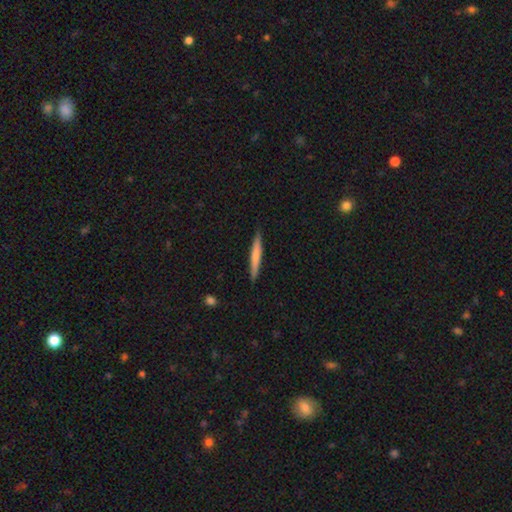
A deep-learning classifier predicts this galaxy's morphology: A smooth galaxy with no disk features (65%) that is cigar-shaped (96%).

Vote fractions:
- Smooth or featured? smooth: 65% / featured or disk: 30% / star or artifact: 5%
- How rounded? cigar-shaped: 96% / in between: 3% / round: 1%
- Merging? none: 89% / minor disturbance: 8% / major disturbance: 1% / merger: 1%